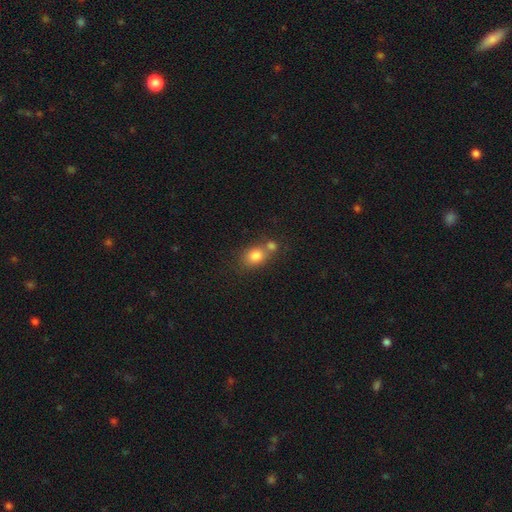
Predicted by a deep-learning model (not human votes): This appears to be a smooth galaxy with no disk features (81%) that is in between round and cigar-shaped (51%). Merging: none (45%).